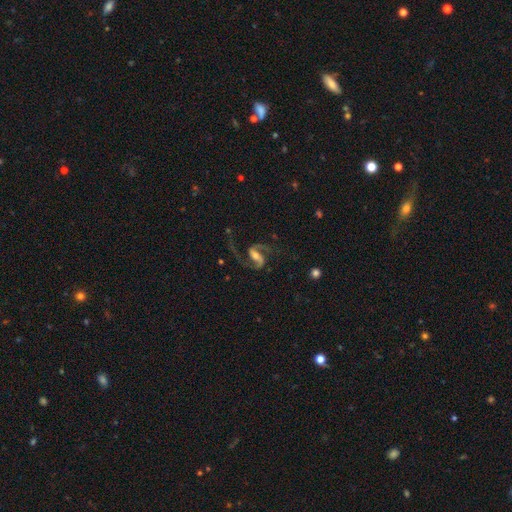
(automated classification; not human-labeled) smooth_or_featured: featured or disk (p=0.91) [alt: star or artifact p=0.05]
disk_edge_on: no (p=0.97) [alt: yes p=0.03]
bar: strong (p=0.43) [alt: weak p=0.40]
has_spiral_arms: yes (p=0.98) [alt: no p=0.02]
spiral_winding: medium (p=0.48) [alt: loose p=0.44]
spiral_arm_count: 2 (p=0.93) [alt: 1 p=0.02]
bulge_size: moderate (p=0.55) [alt: small p=0.31]
merging: none (p=0.68) [alt: major disturbance p=0.16]